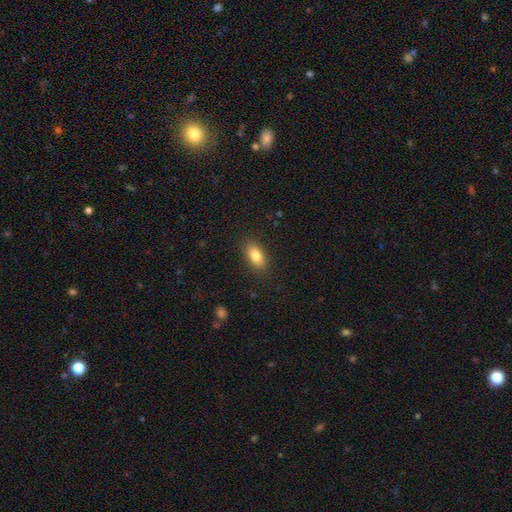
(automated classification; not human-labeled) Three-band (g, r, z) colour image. It shows a smooth galaxy with no disk features (82%) that is in between round and cigar-shaped (87%). Merging: none (87%).